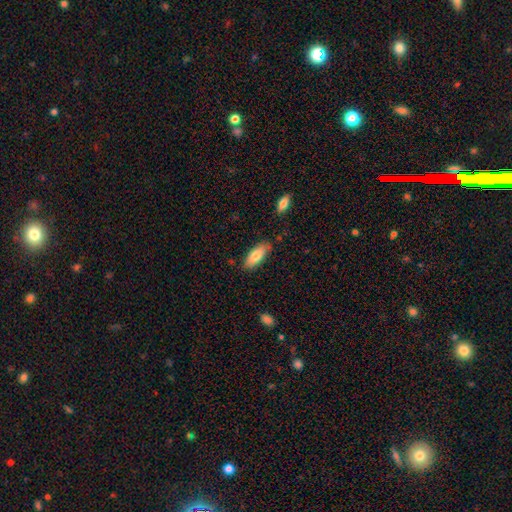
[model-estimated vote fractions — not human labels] Smooth or featured: smooth — 79% (featured or disk — 14%)
How rounded: in between — 77% (cigar-shaped — 21%)
Merging: none — 81% (minor disturbance — 14%)